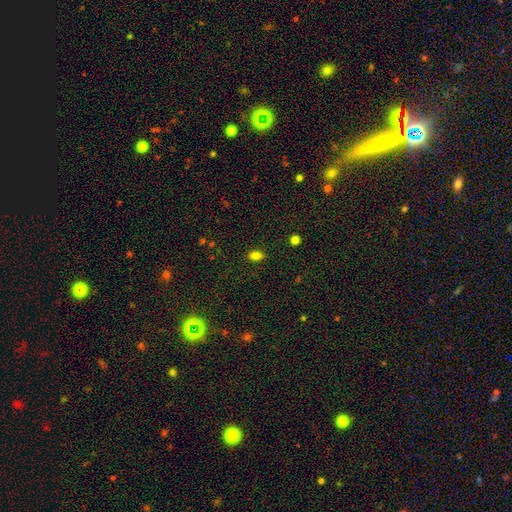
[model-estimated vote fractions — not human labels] Smooth or featured? Predicted: smooth (p=0.82). How rounded? Predicted: in between (p=0.87). Merging? Predicted: none (p=0.87).